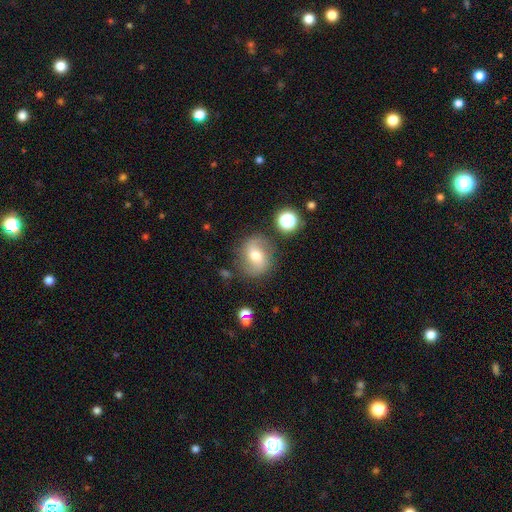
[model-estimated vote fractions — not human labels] A featured or disk galaxy (48%). Merging: none (76%).